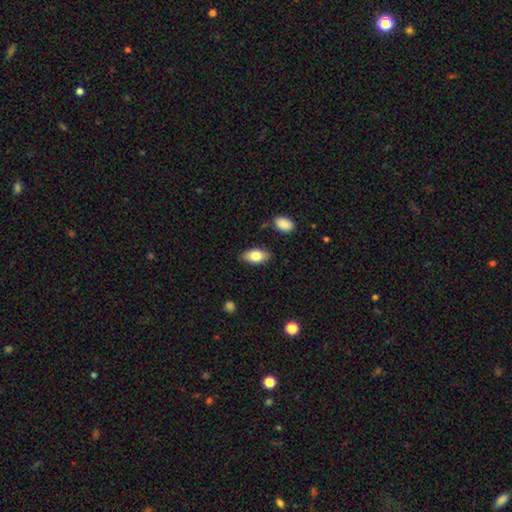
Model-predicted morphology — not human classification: type=smooth (80%); roundness=in between (92%); merging=none (84%).